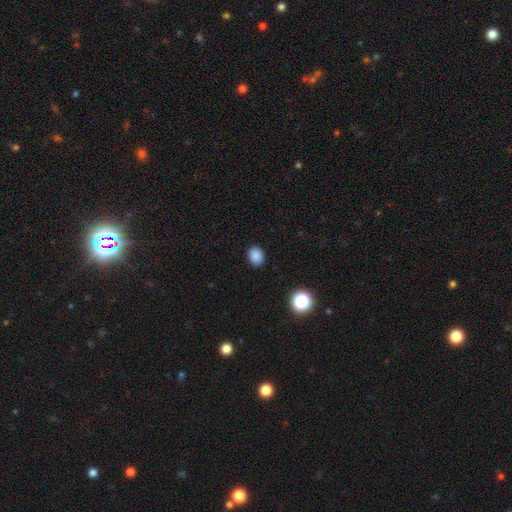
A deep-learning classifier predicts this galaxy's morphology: This is clearly a smooth galaxy (85%). How rounded: possibly in between (53%). Merging: clearly none (88%).